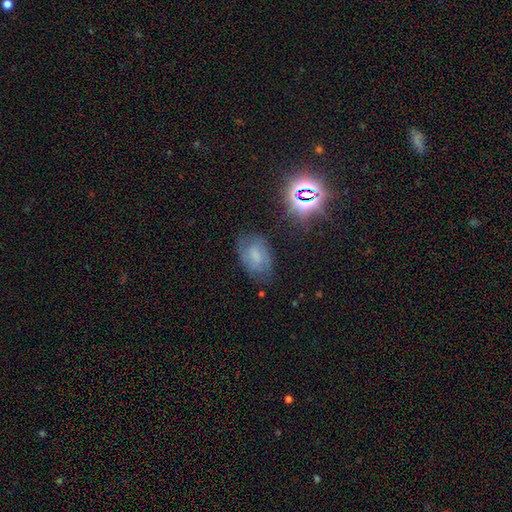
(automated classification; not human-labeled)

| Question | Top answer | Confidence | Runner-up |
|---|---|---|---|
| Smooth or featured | smooth | 46% | featured or disk (36%) |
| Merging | none | 67% | minor disturbance (22%) |